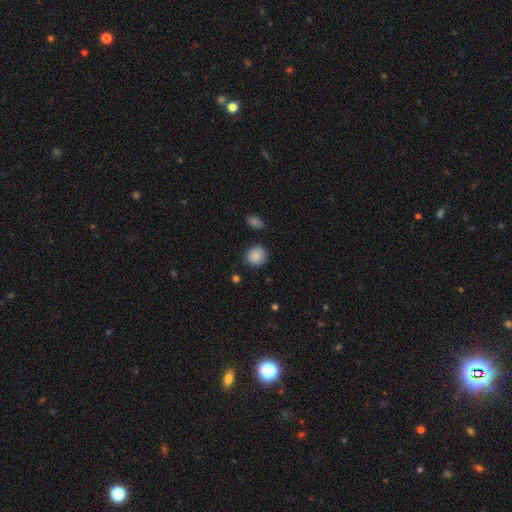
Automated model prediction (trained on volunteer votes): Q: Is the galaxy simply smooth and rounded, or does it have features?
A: smooth — 88%.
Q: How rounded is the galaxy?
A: round — 82%.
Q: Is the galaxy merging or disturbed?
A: none — 83%.